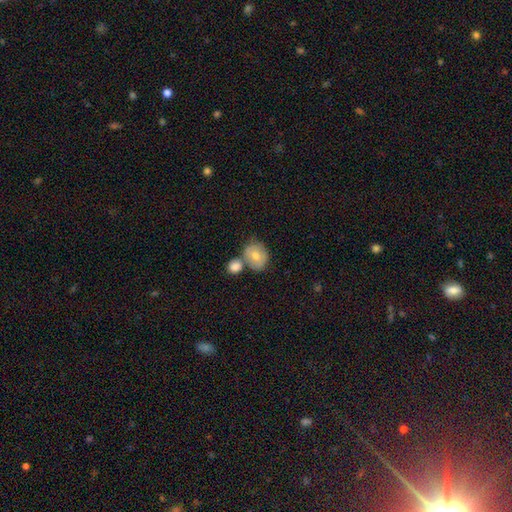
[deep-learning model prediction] This appears to be a smooth galaxy with no disk features (69%) that is round (67%). Merging: none (45%).